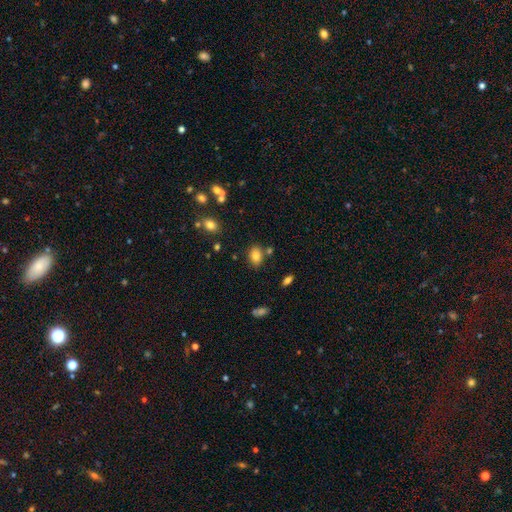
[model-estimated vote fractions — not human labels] smooth-or-featured: smooth: 82% | star or artifact: 10% | featured or disk: 8%
  how-rounded: in between: 82% | round: 17% | cigar-shaped: 1%
  merging: none: 77% | minor disturbance: 12% | merger: 8% | major disturbance: 3%